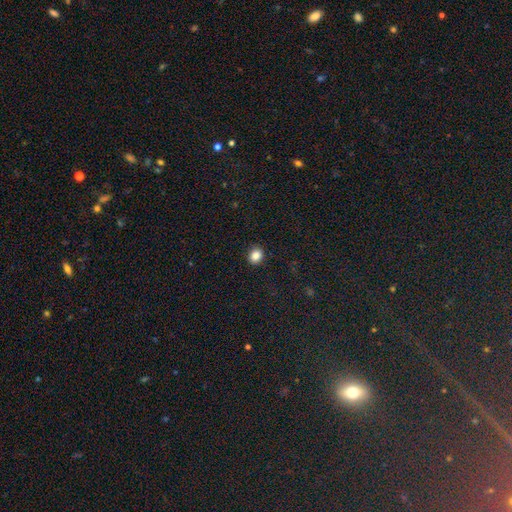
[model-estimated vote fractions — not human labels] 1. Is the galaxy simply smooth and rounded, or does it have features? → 85% smooth, 10% star or artifact, 5% featured or disk.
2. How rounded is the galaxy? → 64% round, 35% in between, 1% cigar-shaped.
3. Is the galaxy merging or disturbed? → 91% none, 6% minor disturbance, 2% major disturbance, 1% merger.